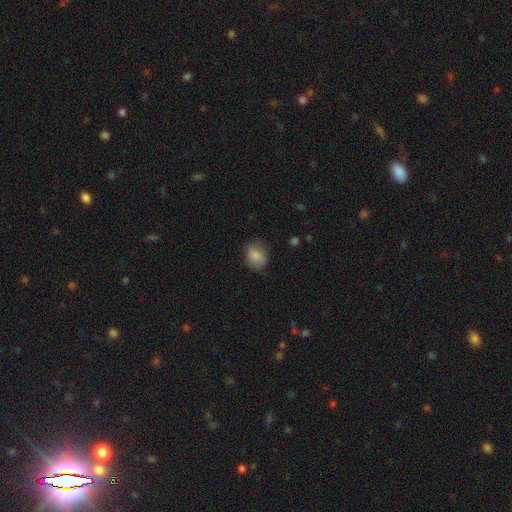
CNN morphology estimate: smooth_or_featured: smooth (p=0.86) [alt: star or artifact p=0.08]
how_rounded: in between (p=0.50) [alt: round p=0.49]
merging: none (p=0.76) [alt: minor disturbance p=0.18]